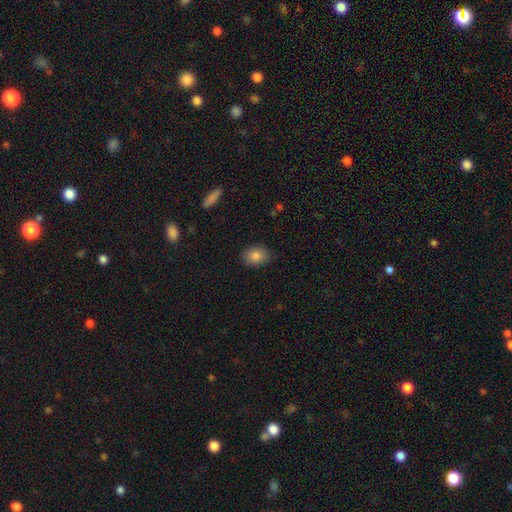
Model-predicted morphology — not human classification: Smooth or featured: smooth — 84% (star or artifact — 8%)
How rounded: in between — 70% (round — 28%)
Merging: none — 84% (minor disturbance — 12%)